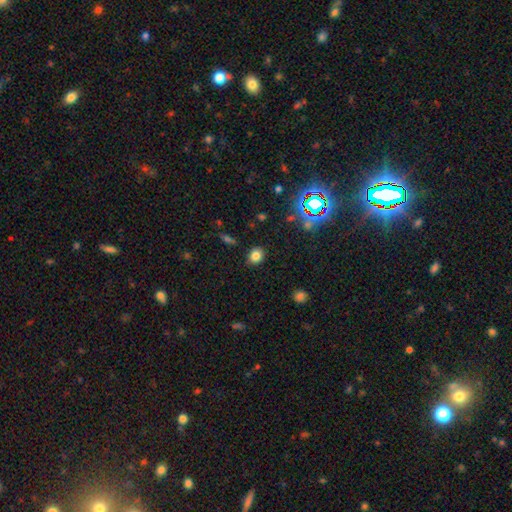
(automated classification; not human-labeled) Smooth or featured?
  - smooth: 78% *
  - star or artifact: 15%
  - featured or disk: 7%
How rounded?
  - round: 66% *
  - in between: 33%
  - cigar-shaped: 1%
Merging?
  - none: 87% *
  - minor disturbance: 9%
  - major disturbance: 3%
  - merger: 2%